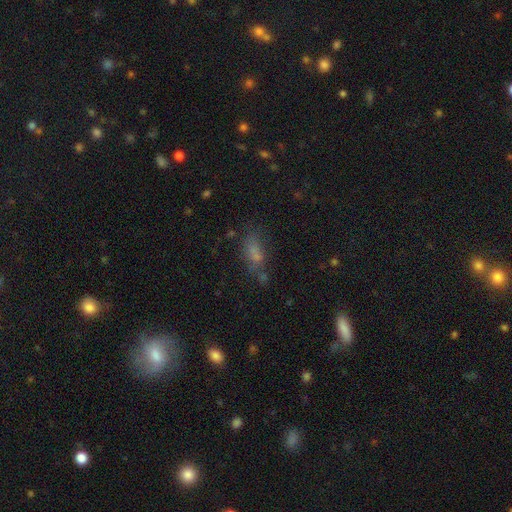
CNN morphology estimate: Smooth or featured? Predicted: smooth (p=0.64). How rounded? Predicted: in between (p=0.69). Merging? Predicted: none (p=0.56).